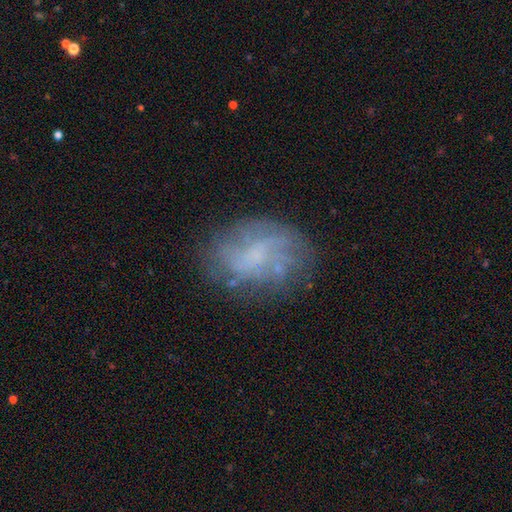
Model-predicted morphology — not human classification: Smooth or featured: featured or disk — 55% (smooth — 34%)
Edge-on disk: no — 97% (yes — 3%)
Bar: no — 71% (weak — 25%)
Spiral arms: yes — 55% (no — 45%)
Bulge size: none — 55% (small — 28%)
Merging: none — 63% (minor disturbance — 21%)